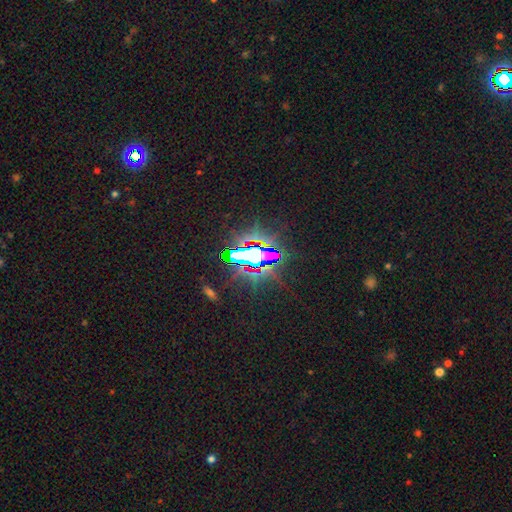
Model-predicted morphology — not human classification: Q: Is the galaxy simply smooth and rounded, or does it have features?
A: star or artifact — 74%.